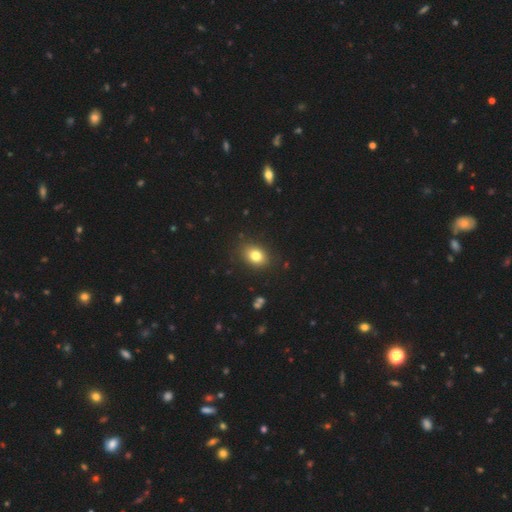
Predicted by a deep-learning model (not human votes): smooth-or-featured: smooth: 81% | star or artifact: 11% | featured or disk: 8%
  how-rounded: in between: 66% | round: 33% | cigar-shaped: 1%
  merging: none: 87% | minor disturbance: 9% | major disturbance: 3% | merger: 1%